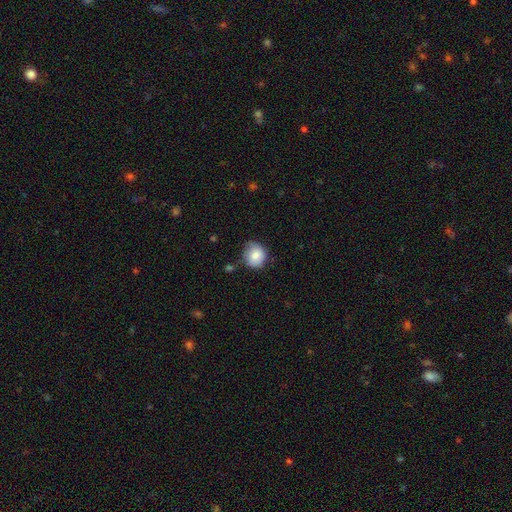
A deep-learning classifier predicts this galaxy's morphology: smooth_or_featured: smooth (p=0.81) [alt: featured or disk p=0.11]
how_rounded: round (p=0.77) [alt: in between p=0.22]
merging: none (p=0.63) [alt: minor disturbance p=0.28]